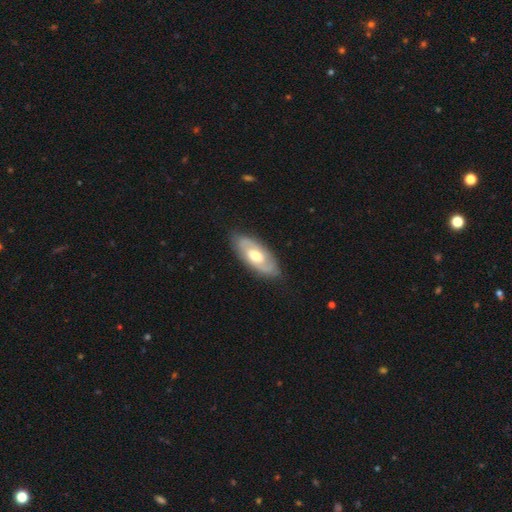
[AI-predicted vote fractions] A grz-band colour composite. It shows a featured or disk galaxy (60%) with no bar (63%), spiral arms (56%) and a moderate central bulge (72%). Merging: none (82%).